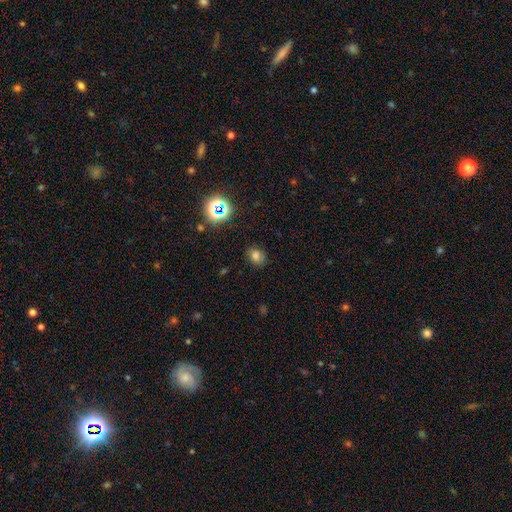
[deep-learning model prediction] This is likely a smooth galaxy (71%). How rounded: possibly round (51%). Merging: likely none (79%).